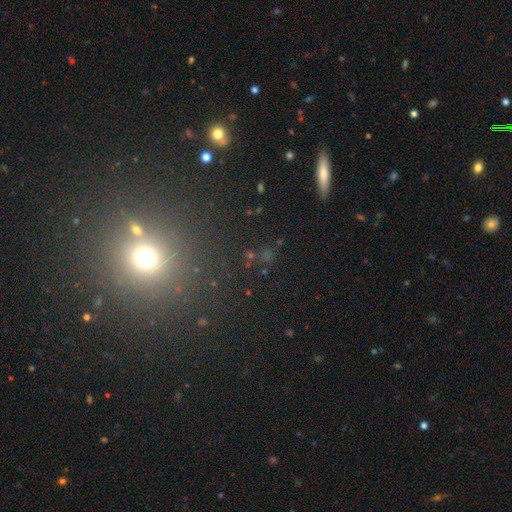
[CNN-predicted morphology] This appears to be a star or artifact, not a galaxy (51%).